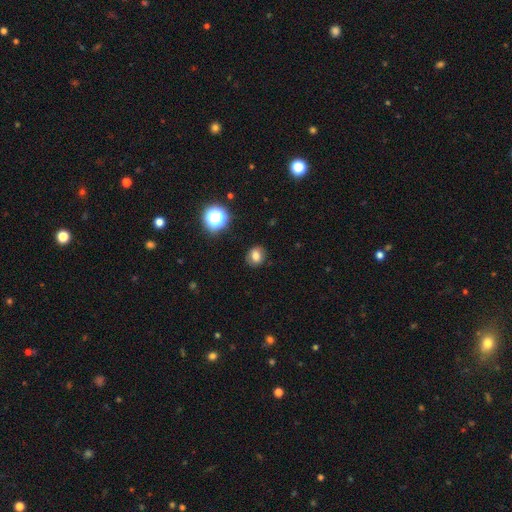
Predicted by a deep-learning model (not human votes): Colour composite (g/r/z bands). It shows a smooth galaxy with no disk features (76%) that is round (64%). Merging: none (86%).